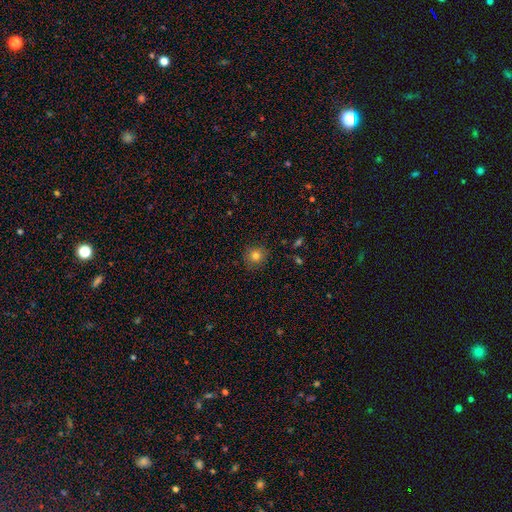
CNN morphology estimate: smooth-or-featured: smooth: 78% | star or artifact: 14% | featured or disk: 8%
  how-rounded: round: 91% | in between: 8% | cigar-shaped: 1%
  merging: none: 89% | minor disturbance: 8% | major disturbance: 2% | merger: 1%